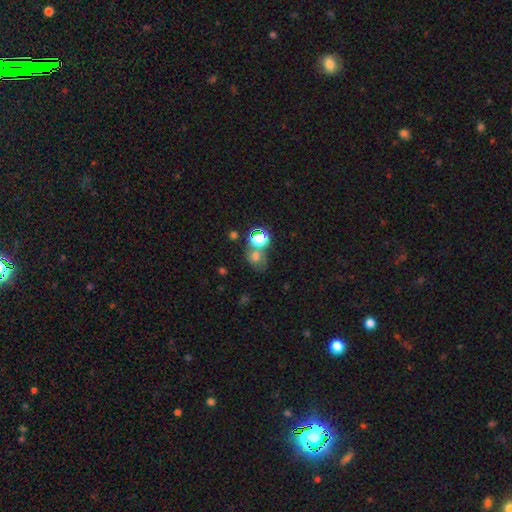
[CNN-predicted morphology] Smooth or featured? smooth (51%)
How rounded? round (65%)
Merging? none (47%)